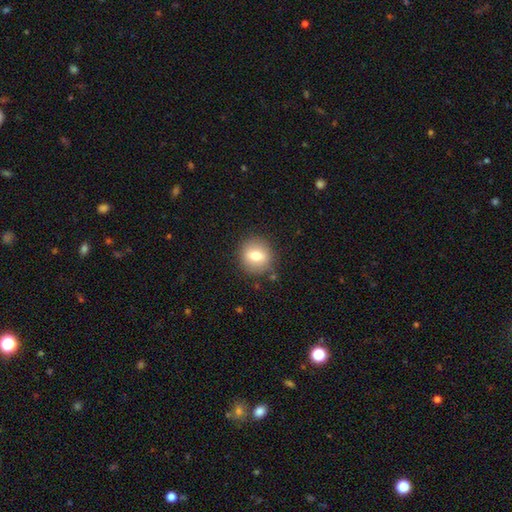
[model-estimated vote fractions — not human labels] smooth_or_featured: smooth (p=0.71) [alt: featured or disk p=0.20]
how_rounded: round (p=0.84) [alt: in between p=0.15]
merging: none (p=0.86) [alt: minor disturbance p=0.09]